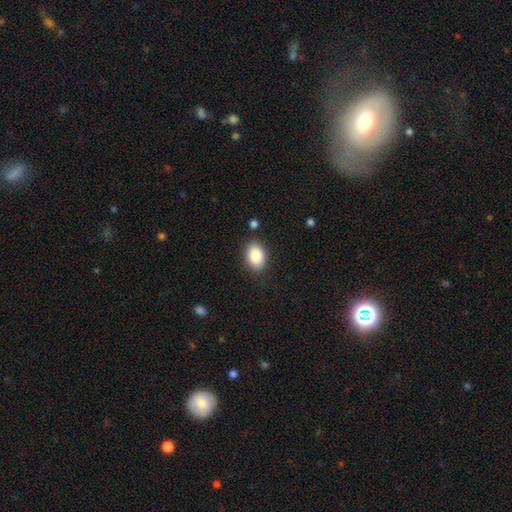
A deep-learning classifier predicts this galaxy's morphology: smooth 88%, star or artifact 7%, featured or disk 5%. Down the decision tree: how rounded — in between (85%); merging — none (83%).